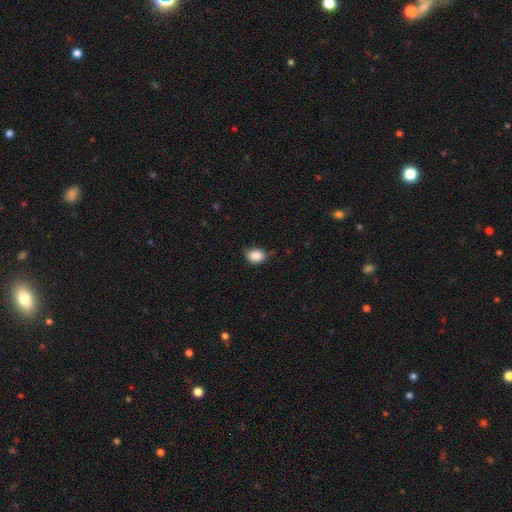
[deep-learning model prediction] This appears to be a smooth galaxy with no disk features (87%) that is in between round and cigar-shaped (63%). Merging: none (57%).